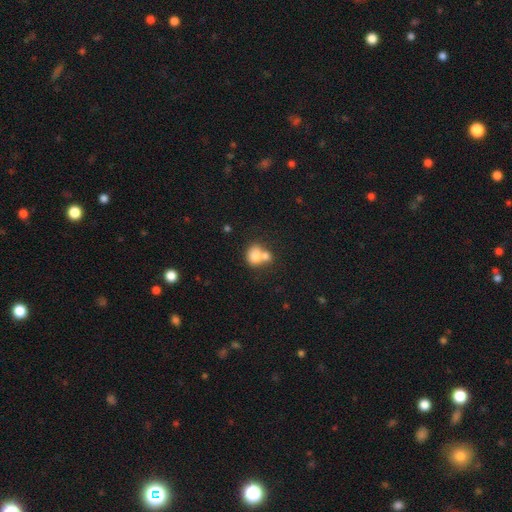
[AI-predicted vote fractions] smooth_or_featured: smooth (p=0.78) [alt: featured or disk p=0.13]
how_rounded: round (p=0.52) [alt: in between p=0.47]
merging: merger (p=0.56) [alt: none p=0.30]